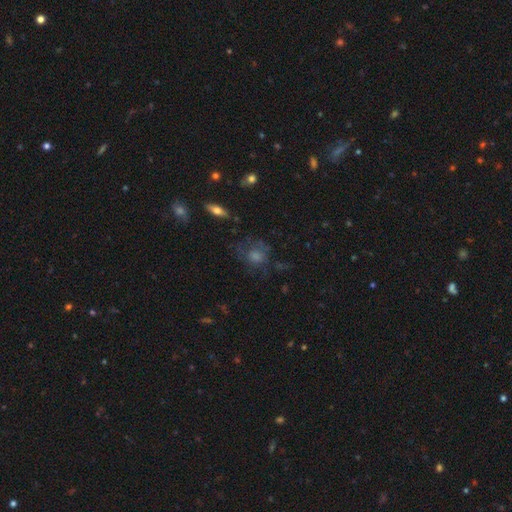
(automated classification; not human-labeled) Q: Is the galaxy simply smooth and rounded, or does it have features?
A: smooth — 42%.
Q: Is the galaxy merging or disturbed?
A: none — 61%.